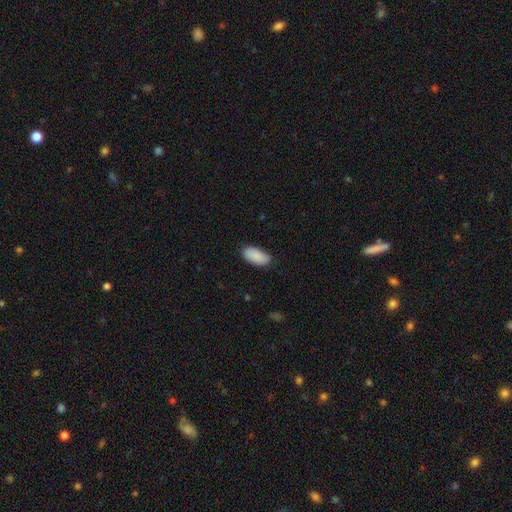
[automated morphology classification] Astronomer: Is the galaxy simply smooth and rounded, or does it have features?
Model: smooth — 89%.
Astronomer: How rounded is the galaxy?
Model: in between — 94%.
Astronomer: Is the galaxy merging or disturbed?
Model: none — 79%.